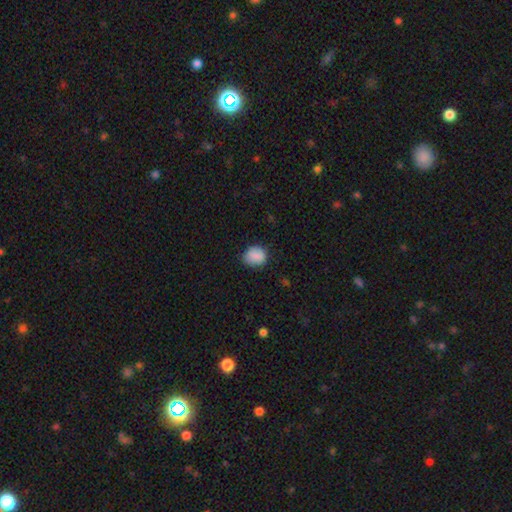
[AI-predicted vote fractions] smooth-or-featured: smooth: 86% | star or artifact: 8% | featured or disk: 5%
  how-rounded: round: 58% | in between: 41% | cigar-shaped: 1%
  merging: none: 77% | minor disturbance: 18% | major disturbance: 4% | merger: 1%